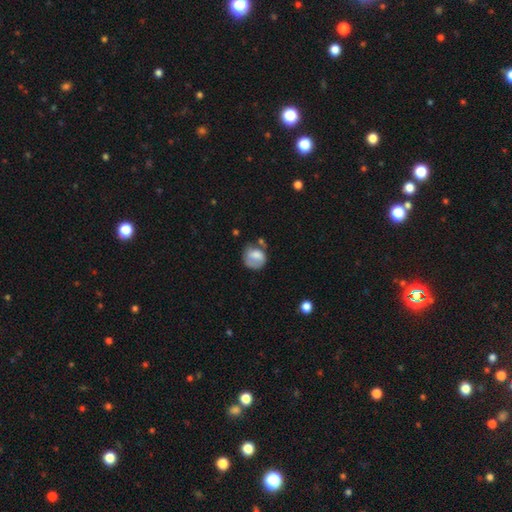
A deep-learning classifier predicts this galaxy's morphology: This appears to be a smooth galaxy with no disk features (67%) that is round (70%). Merging: none (44%).